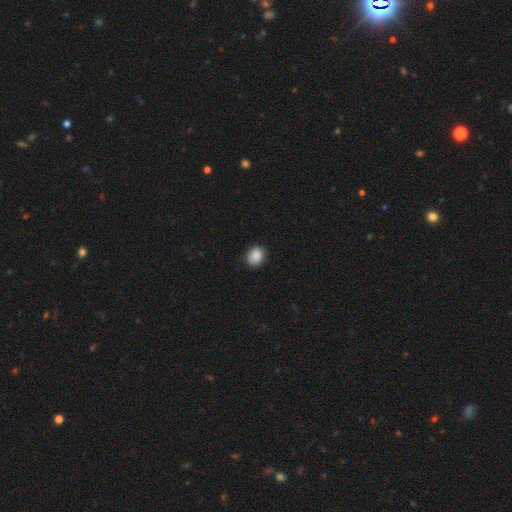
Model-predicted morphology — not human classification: A smooth galaxy with no disk features (88%) that is round (53%).

Vote fractions:
- Smooth or featured? smooth: 88% / star or artifact: 8% / featured or disk: 4%
- How rounded? round: 53% / in between: 47% / cigar-shaped: 1%
- Merging? none: 83% / minor disturbance: 13% / major disturbance: 2% / merger: 1%